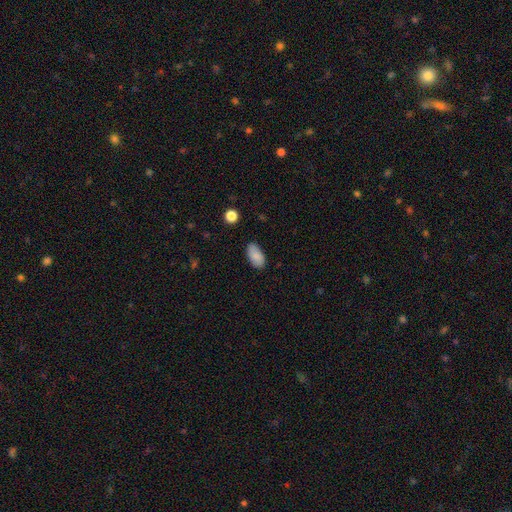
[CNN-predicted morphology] Smooth or featured: smooth — 85% (featured or disk — 8%)
How rounded: in between — 94% (round — 4%)
Merging: none — 82% (minor disturbance — 14%)